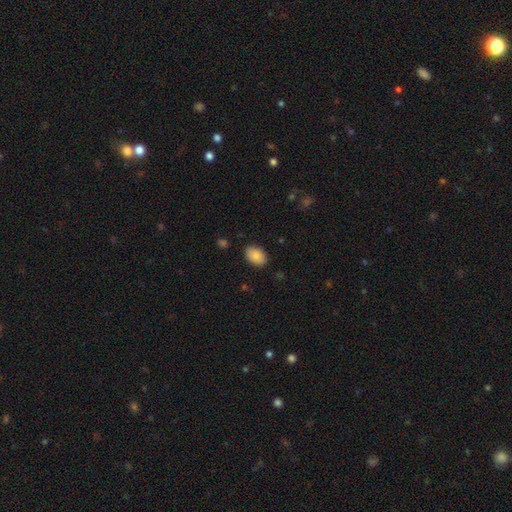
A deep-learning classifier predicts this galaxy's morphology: This appears to be a smooth galaxy with no disk features (88%) that is in between round and cigar-shaped (86%). Merging: none (87%).